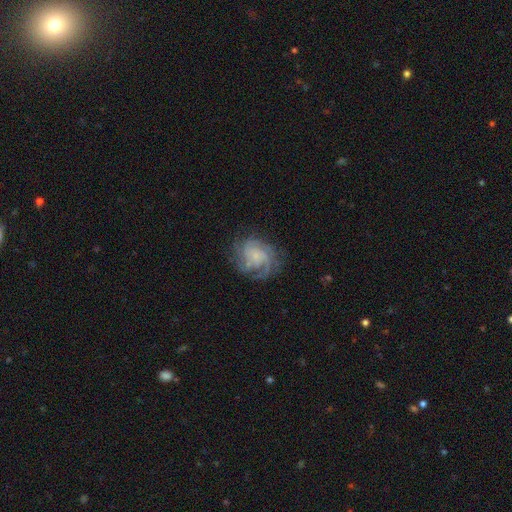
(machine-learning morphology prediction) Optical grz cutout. It shows a featured or disk galaxy (82%) with no bar (75%), 3 (28%) tight (56%) spiral arms (96%) and a small central bulge (64%). Merging: none (71%).